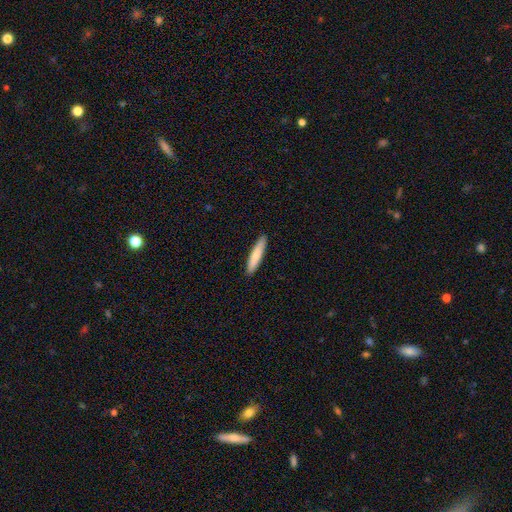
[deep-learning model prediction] Smooth or featured?
  - smooth: 79% *
  - featured or disk: 16%
  - star or artifact: 5%
How rounded?
  - cigar-shaped: 87% *
  - in between: 11%
  - round: 1%
Merging?
  - none: 91% *
  - minor disturbance: 7%
  - major disturbance: 1%
  - merger: 1%